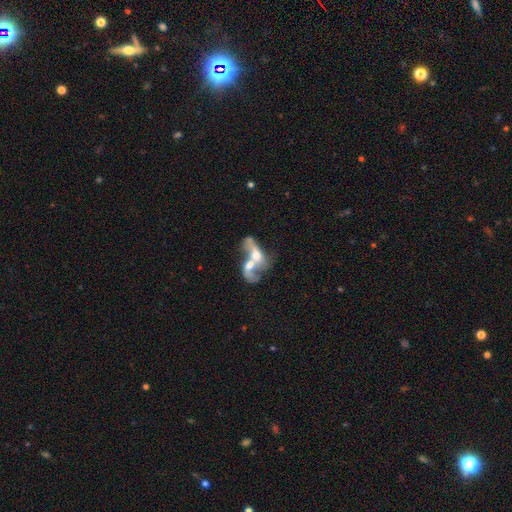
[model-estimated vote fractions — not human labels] Overall: featured or disk (58%; smooth 34%). Edge-on disk: no (93%). Bar: no (73%). Spiral arms: no (57%; yes 43%). Bulge size: moderate (52%; large 20%). Merging: merger (79%).